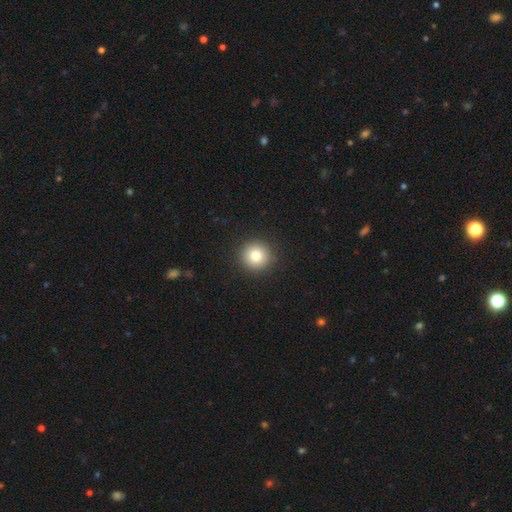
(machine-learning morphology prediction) A smooth galaxy with no disk features (81%) that is round (95%).

Vote fractions:
- Smooth or featured? smooth: 81% / star or artifact: 11% / featured or disk: 8%
- How rounded? round: 95% / in between: 4% / cigar-shaped: 1%
- Merging? none: 92% / minor disturbance: 5% / major disturbance: 2% / merger: 1%